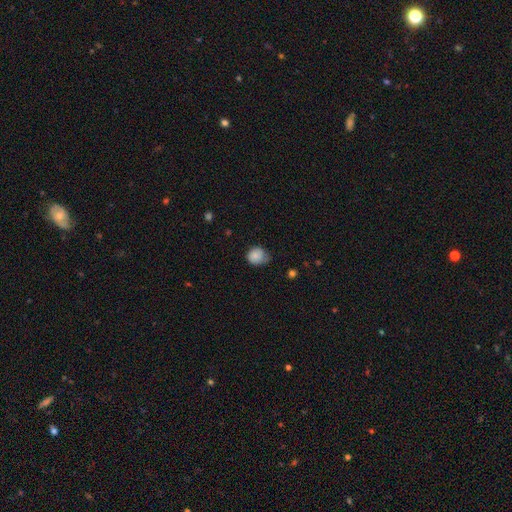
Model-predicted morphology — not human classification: Q: Smooth or featured?
A: smooth (81%); runner-up: featured or disk (11%)
Q: How rounded?
A: round (71%); runner-up: in between (28%)
Q: Merging?
A: none (49%); runner-up: minor disturbance (40%)